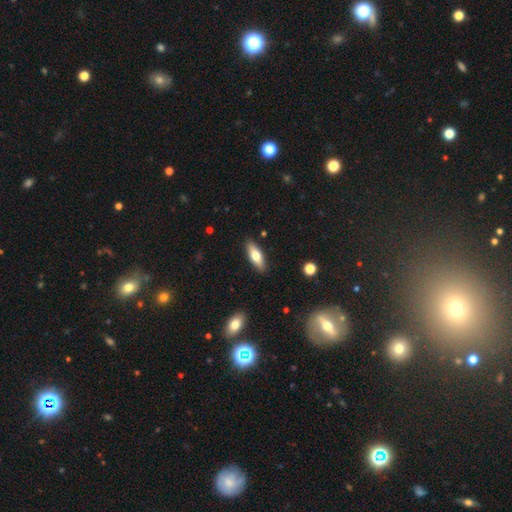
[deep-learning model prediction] A smooth galaxy with no disk features (65%) that is in between round and cigar-shaped (57%). Merging: none (88%).